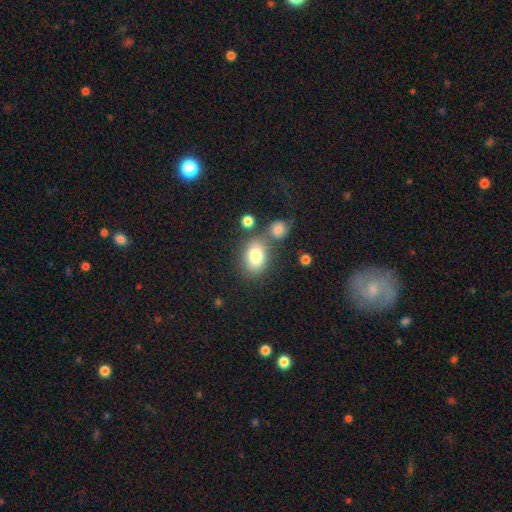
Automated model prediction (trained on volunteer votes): A smooth galaxy with no disk features (79%) that is in between round and cigar-shaped (72%).

Vote fractions:
- Smooth or featured? smooth: 79% / featured or disk: 11% / star or artifact: 9%
- How rounded? in between: 72% / round: 27% / cigar-shaped: 1%
- Merging? none: 60% / merger: 21% / minor disturbance: 14% / major disturbance: 5%